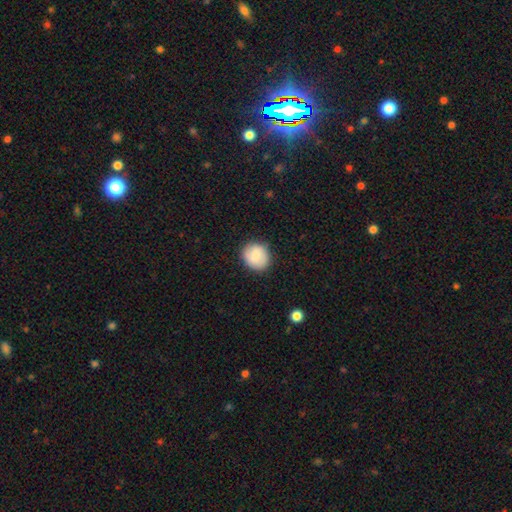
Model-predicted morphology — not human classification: This appears to be a smooth galaxy with no disk features (81%) that is round (82%). Merging: none (87%).